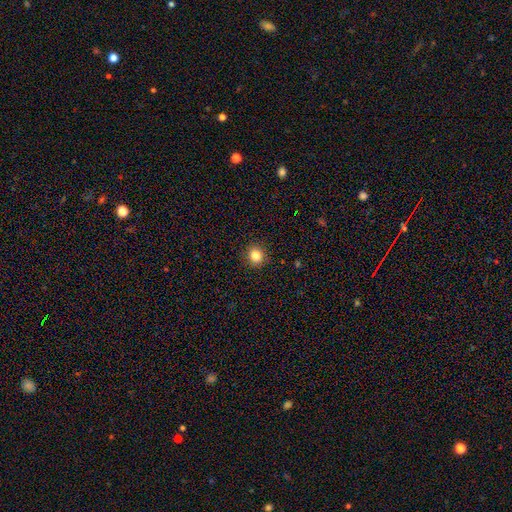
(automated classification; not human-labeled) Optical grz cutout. It shows a smooth galaxy with no disk features (84%) that is round (88%). Merging: none (91%).